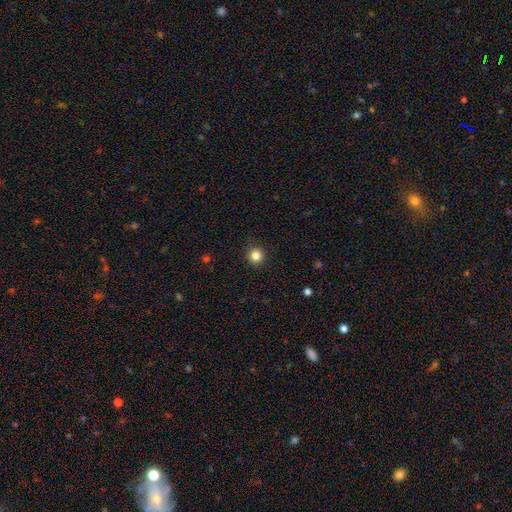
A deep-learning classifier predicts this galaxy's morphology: smooth 84%, star or artifact 12%, featured or disk 5%. Down the decision tree: how rounded — round (94%); merging — none (91%).